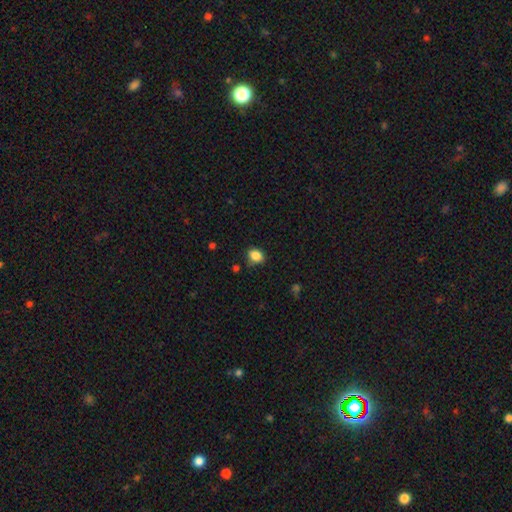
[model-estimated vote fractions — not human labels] Smooth or featured? Predicted: smooth (p=0.86). How rounded? Predicted: round (p=0.51). Merging? Predicted: none (p=0.77).